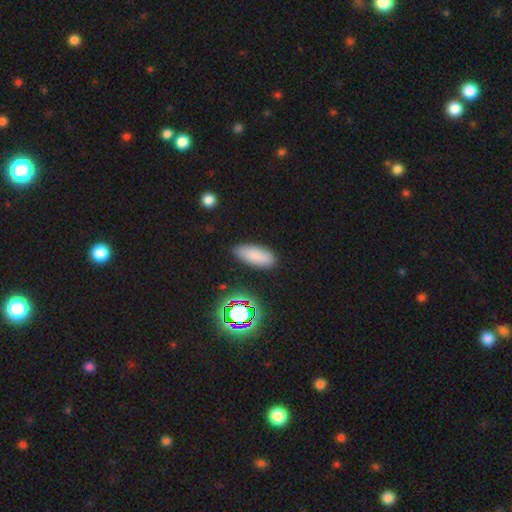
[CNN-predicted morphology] This is clearly a smooth galaxy (81%). How rounded: likely in between (76%). Merging: clearly none (85%).